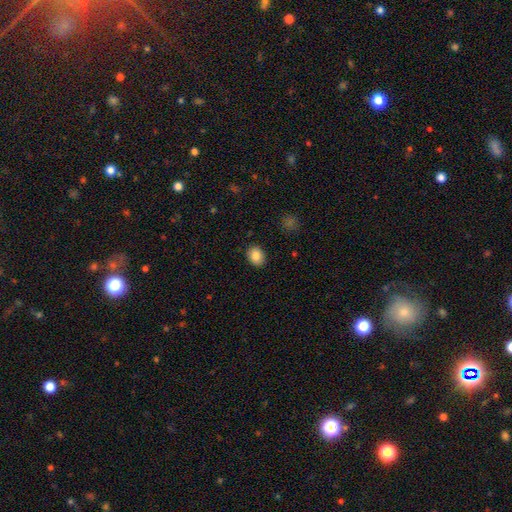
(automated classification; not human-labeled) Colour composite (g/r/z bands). It shows a smooth galaxy with no disk features (85%) that is in between round and cigar-shaped (53%). Merging: none (90%).